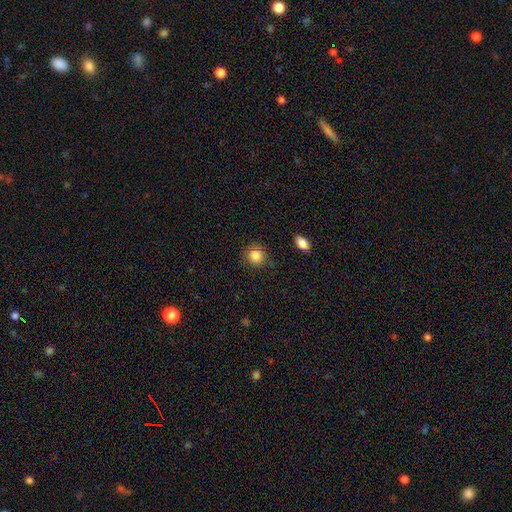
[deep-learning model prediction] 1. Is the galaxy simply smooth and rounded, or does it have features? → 86% smooth, 9% star or artifact, 4% featured or disk.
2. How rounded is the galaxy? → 89% round, 10% in between, 1% cigar-shaped.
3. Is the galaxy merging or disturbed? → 86% none, 9% minor disturbance, 3% major disturbance, 2% merger.